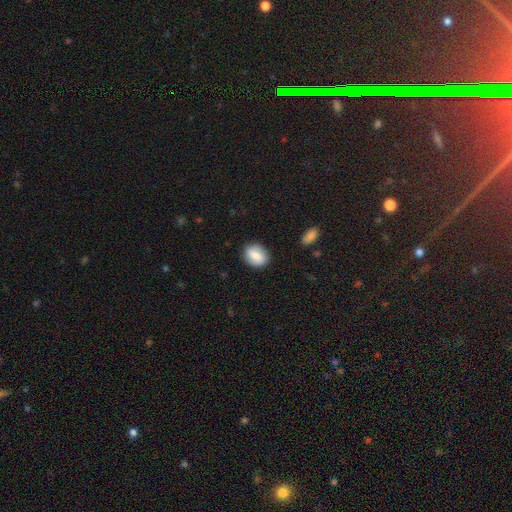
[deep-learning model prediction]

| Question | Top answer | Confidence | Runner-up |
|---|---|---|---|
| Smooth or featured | smooth | 74% | featured or disk (19%) |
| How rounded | in between | 57% | round (41%) |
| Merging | none | 85% | minor disturbance (11%) |